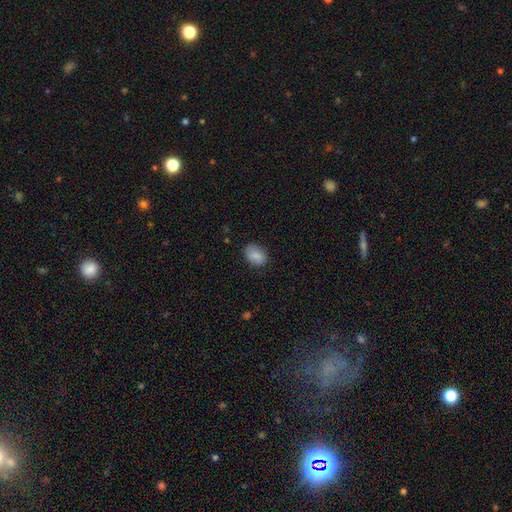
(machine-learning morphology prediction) smooth-or-featured: smooth: 86% | star or artifact: 8% | featured or disk: 6%
  how-rounded: in between: 73% | round: 26% | cigar-shaped: 1%
  merging: none: 80% | minor disturbance: 15% | major disturbance: 3% | merger: 1%